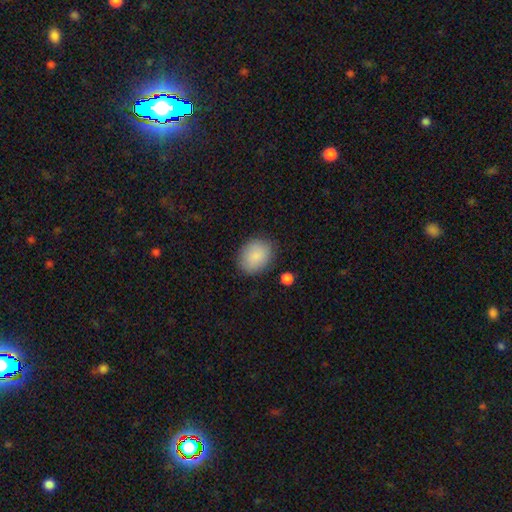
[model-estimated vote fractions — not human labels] Overall: smooth (88%). How rounded: in between (53%; round 46%). Merging: none (82%).